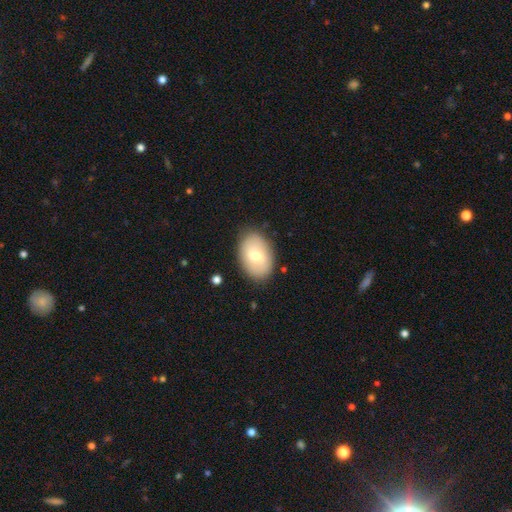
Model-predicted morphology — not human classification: smooth-or-featured: smooth: 61% | featured or disk: 33% | star or artifact: 7%
  how-rounded: in between: 86% | round: 13% | cigar-shaped: 1%
  merging: none: 84% | minor disturbance: 11% | major disturbance: 3% | merger: 2%